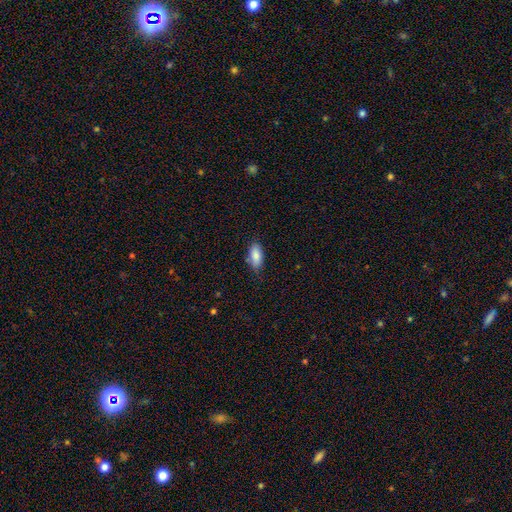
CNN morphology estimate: Smooth or featured?
  - smooth: 84% *
  - featured or disk: 9%
  - star or artifact: 7%
How rounded?
  - in between: 89% *
  - cigar-shaped: 9%
  - round: 3%
Merging?
  - none: 73% *
  - minor disturbance: 21%
  - major disturbance: 3%
  - merger: 2%